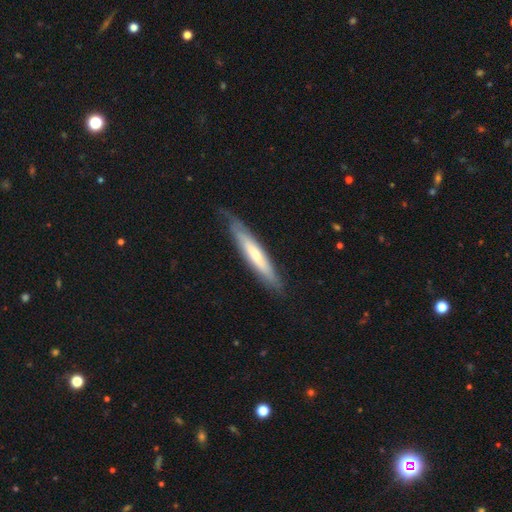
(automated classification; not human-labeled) Smooth or featured? Predicted: featured or disk (p=0.49). Merging? Predicted: none (p=0.73).